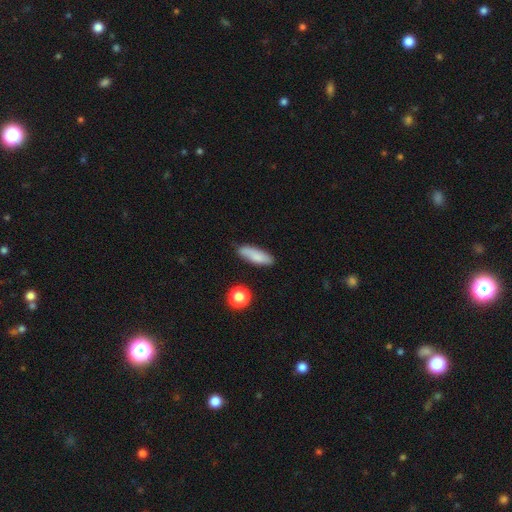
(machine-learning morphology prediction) Smooth or featured? Predicted: smooth (p=0.81). How rounded? Predicted: cigar-shaped (p=0.52). Merging? Predicted: none (p=0.78).